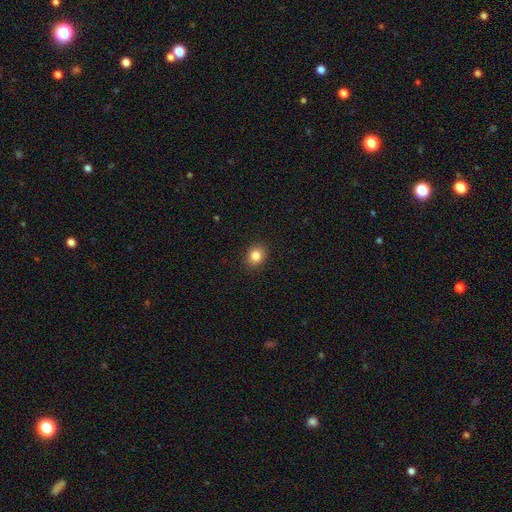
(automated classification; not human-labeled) Smooth or featured?
  - smooth: 84% *
  - star or artifact: 10%
  - featured or disk: 6%
How rounded?
  - round: 61% *
  - in between: 38%
  - cigar-shaped: 1%
Merging?
  - none: 91% *
  - minor disturbance: 6%
  - major disturbance: 2%
  - merger: 1%